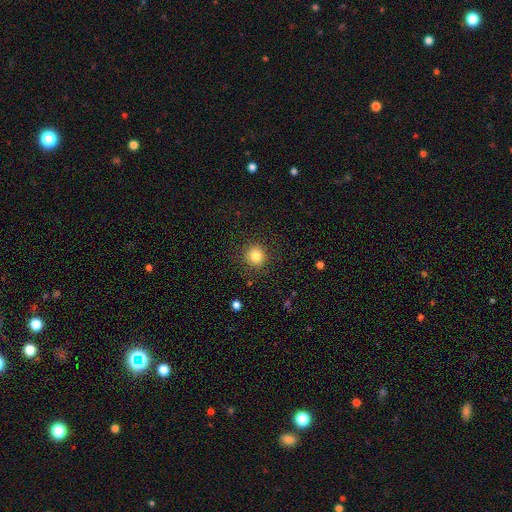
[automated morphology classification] smooth 82%, star or artifact 12%, featured or disk 6%. Down the decision tree: how rounded — round (91%); merging — none (89%).